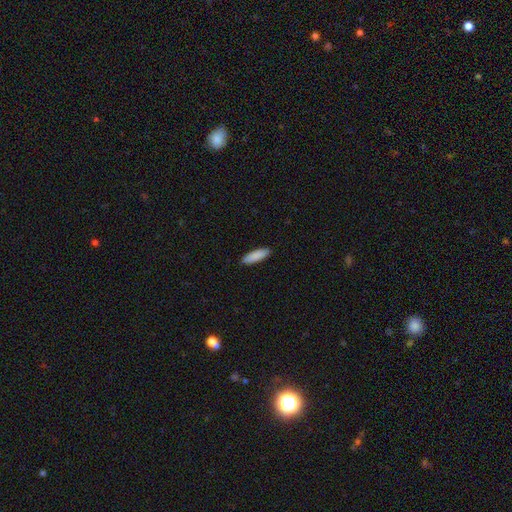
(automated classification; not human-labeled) Smooth or featured: smooth — 89% (star or artifact — 5%)
How rounded: cigar-shaped — 56% (in between — 43%)
Merging: none — 90% (minor disturbance — 7%)